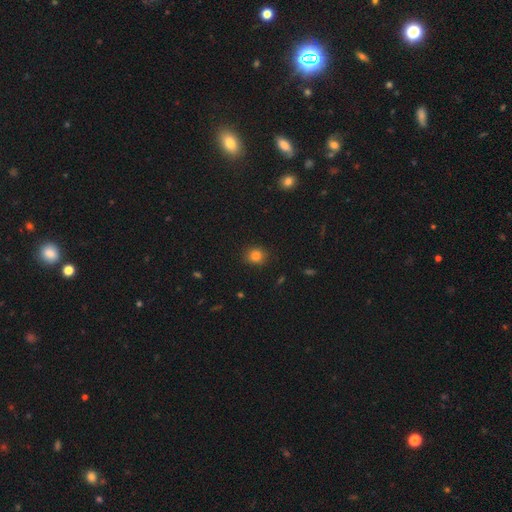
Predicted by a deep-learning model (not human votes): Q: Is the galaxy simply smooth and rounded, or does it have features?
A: smooth — 83%.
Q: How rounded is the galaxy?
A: round — 79%.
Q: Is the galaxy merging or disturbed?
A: none — 89%.